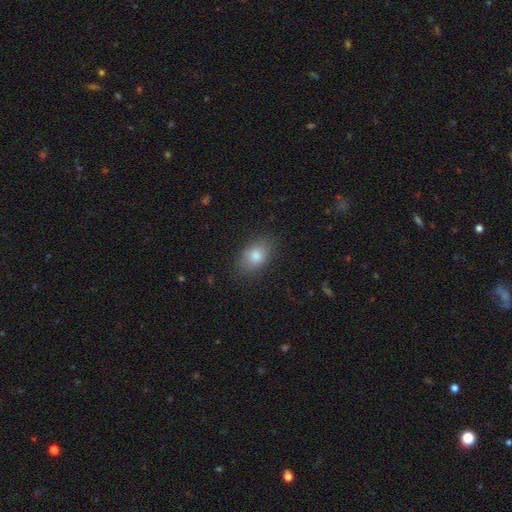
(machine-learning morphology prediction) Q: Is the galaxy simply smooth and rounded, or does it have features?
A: smooth — 80%.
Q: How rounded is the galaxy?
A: in between — 82%.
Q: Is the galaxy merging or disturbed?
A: none — 83%.